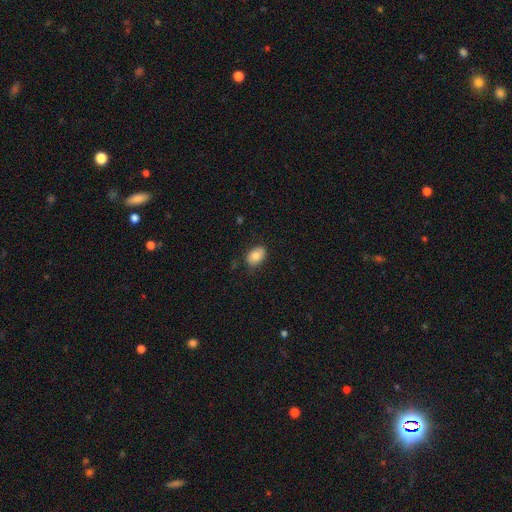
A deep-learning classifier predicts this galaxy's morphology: Q: Smooth or featured?
A: smooth (82%); runner-up: featured or disk (10%)
Q: How rounded?
A: in between (85%); runner-up: round (14%)
Q: Merging?
A: none (79%); runner-up: minor disturbance (17%)